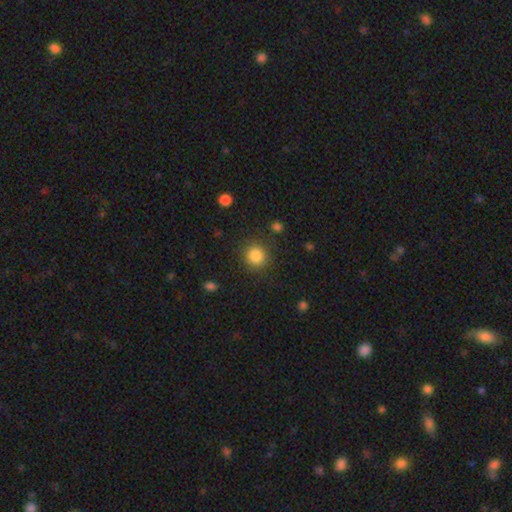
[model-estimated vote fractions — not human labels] This is clearly a smooth galaxy (85%). How rounded: clearly round (91%). Merging: clearly none (87%).